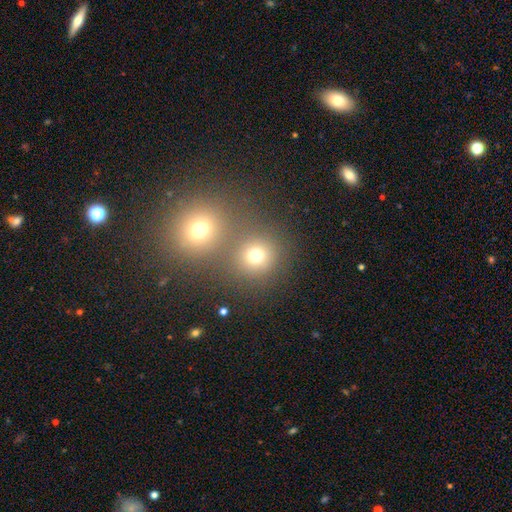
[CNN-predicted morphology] Smooth or featured? Predicted: smooth (p=0.73). How rounded? Predicted: round (p=0.88). Merging? Predicted: none (p=0.57).